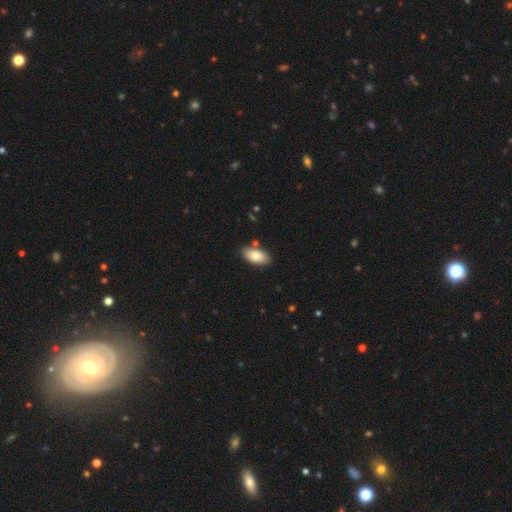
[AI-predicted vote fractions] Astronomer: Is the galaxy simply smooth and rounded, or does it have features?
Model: smooth — 82%.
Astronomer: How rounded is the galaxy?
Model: in between — 93%.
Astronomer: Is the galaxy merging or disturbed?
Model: none — 82%.